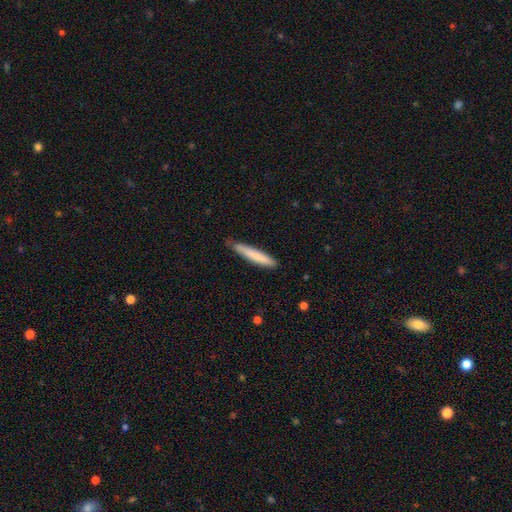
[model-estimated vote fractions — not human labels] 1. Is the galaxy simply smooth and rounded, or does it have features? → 77% smooth, 17% featured or disk, 5% star or artifact.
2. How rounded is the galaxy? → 94% cigar-shaped, 5% in between, 1% round.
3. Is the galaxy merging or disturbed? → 78% none, 18% minor disturbance, 2% major disturbance, 1% merger.